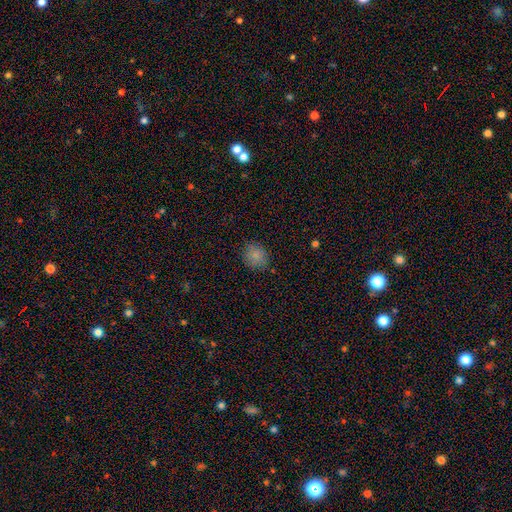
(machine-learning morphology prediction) smooth_or_featured: smooth (p=0.81) [alt: star or artifact p=0.11]
how_rounded: round (p=0.73) [alt: in between p=0.26]
merging: none (p=0.81) [alt: minor disturbance p=0.14]